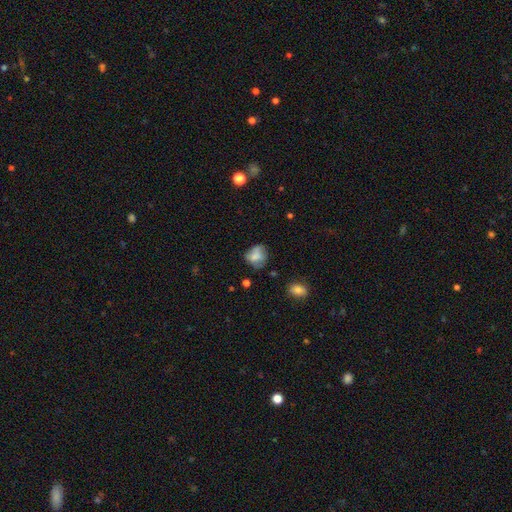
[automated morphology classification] Smooth or featured?
  - smooth: 65% *
  - featured or disk: 24%
  - star or artifact: 10%
How rounded?
  - round: 63% *
  - in between: 36%
  - cigar-shaped: 1%
Merging?
  - none: 51% *
  - minor disturbance: 30%
  - major disturbance: 15%
  - merger: 4%